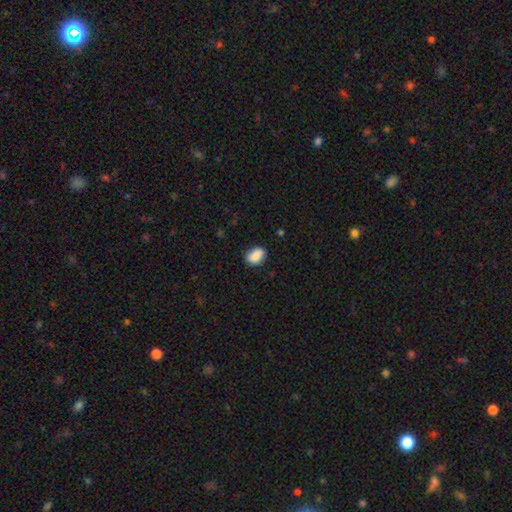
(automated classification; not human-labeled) This appears to be a smooth galaxy with no disk features (82%) that is in between round and cigar-shaped (74%). Merging: none (77%).